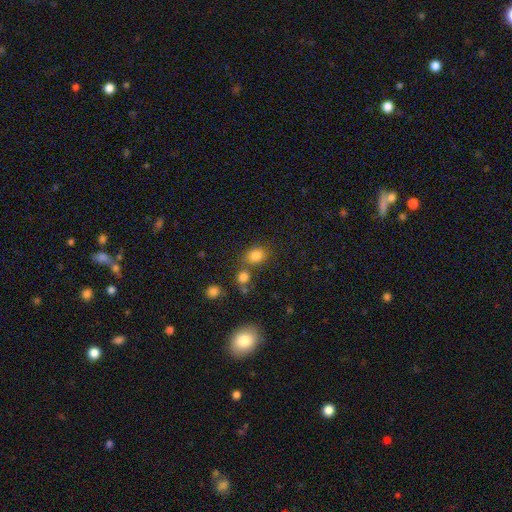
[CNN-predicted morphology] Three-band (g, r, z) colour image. It shows a smooth galaxy with no disk features (81%) that is round (63%). Merging: none (62%).